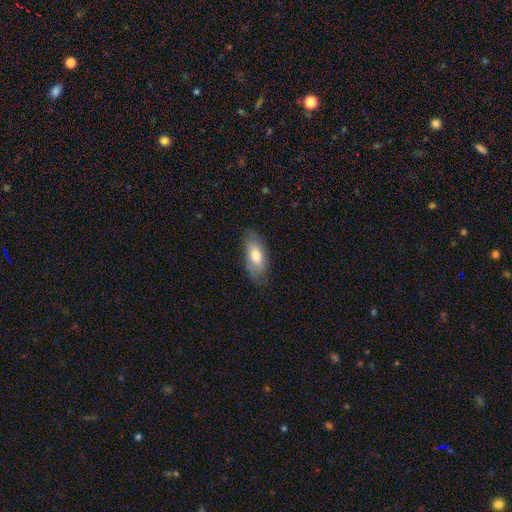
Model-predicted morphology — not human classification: Smooth or featured: smooth — 75% (featured or disk — 19%)
How rounded: in between — 87% (cigar-shaped — 11%)
Merging: none — 75% (minor disturbance — 19%)